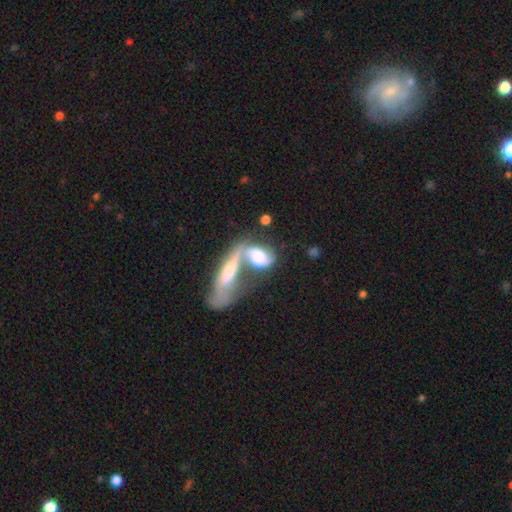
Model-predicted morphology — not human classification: Q: Smooth or featured?
A: featured or disk (49%); runner-up: smooth (44%)
Q: Merging?
A: merger (69%); runner-up: none (13%)